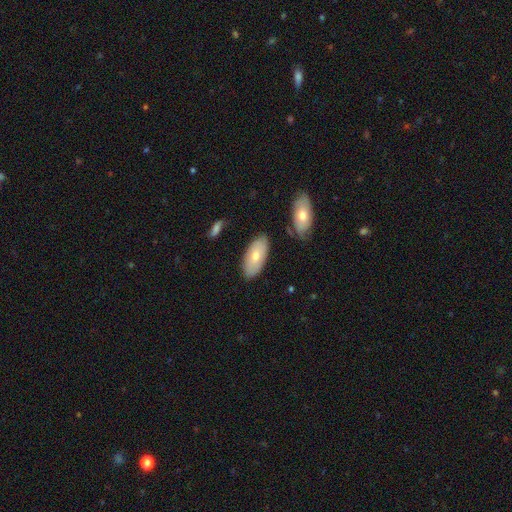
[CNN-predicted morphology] Smooth or featured? smooth (66%)
How rounded? in between (93%)
Merging? none (81%)